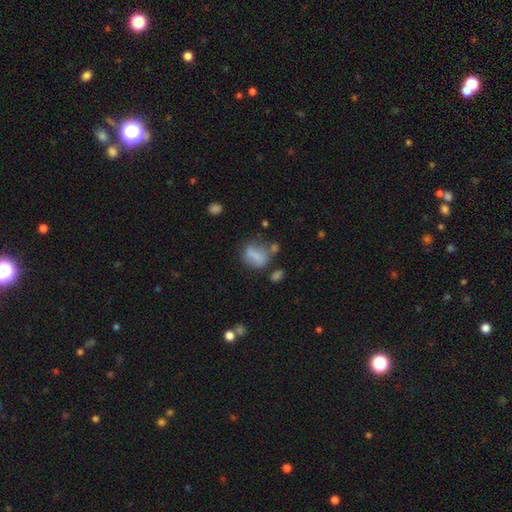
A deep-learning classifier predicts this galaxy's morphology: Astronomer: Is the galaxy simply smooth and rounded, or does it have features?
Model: smooth — 69%.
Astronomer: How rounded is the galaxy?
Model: in between — 62%.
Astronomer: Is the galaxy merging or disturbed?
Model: none — 43% (runner-up: minor disturbance, 24%).